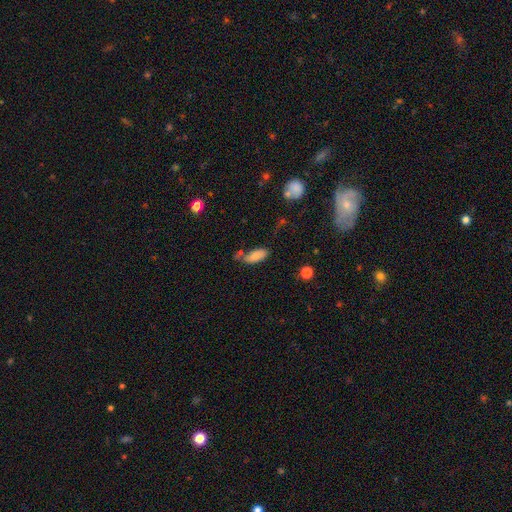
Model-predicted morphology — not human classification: Q: Smooth or featured?
A: smooth (82%); runner-up: featured or disk (10%)
Q: How rounded?
A: in between (80%); runner-up: cigar-shaped (18%)
Q: Merging?
A: none (56%); runner-up: minor disturbance (22%)